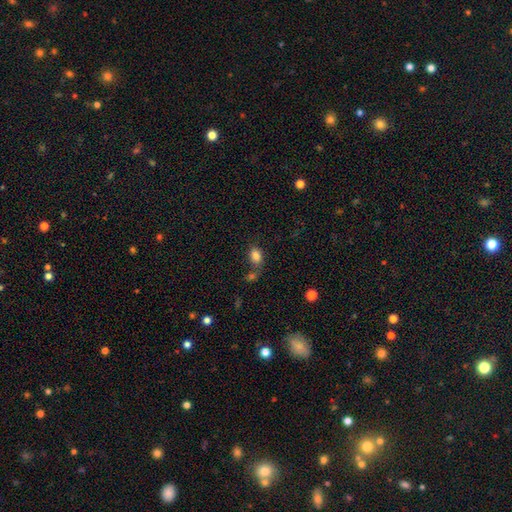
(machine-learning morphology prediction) Overall: smooth (83%). How rounded: in between (76%). Merging: none (54%; merger 26%).